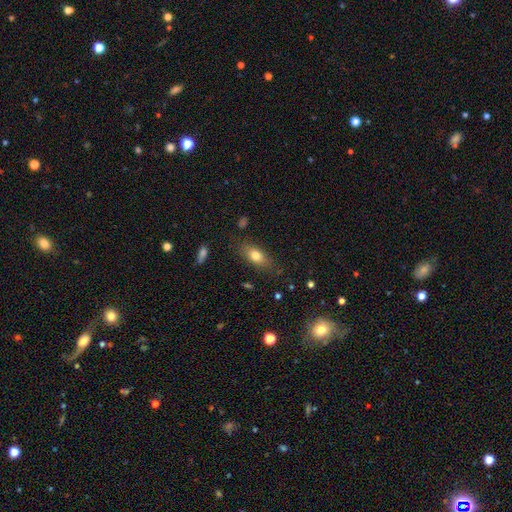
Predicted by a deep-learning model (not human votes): smooth_or_featured: smooth (p=0.76) [alt: featured or disk p=0.15]
how_rounded: in between (p=0.80) [alt: cigar-shaped p=0.12]
merging: none (p=0.78) [alt: minor disturbance p=0.16]